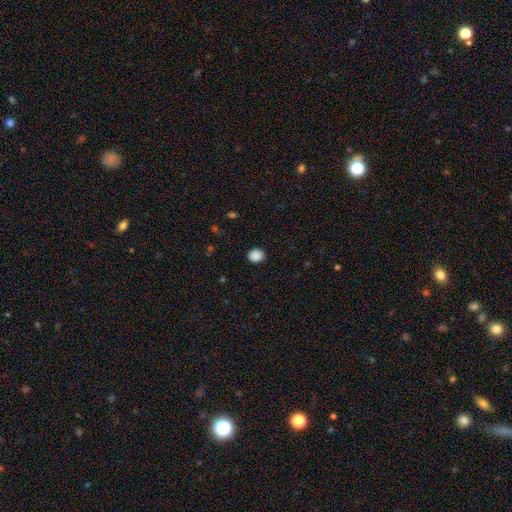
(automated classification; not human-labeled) smooth_or_featured: smooth (p=0.88) [alt: star or artifact p=0.09]
how_rounded: round (p=0.72) [alt: in between p=0.27]
merging: none (p=0.90) [alt: minor disturbance p=0.07]